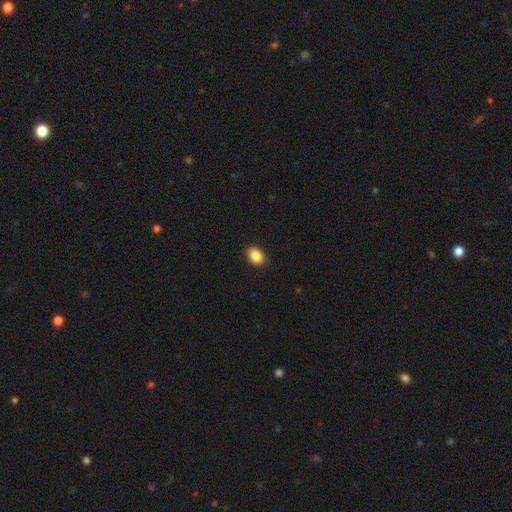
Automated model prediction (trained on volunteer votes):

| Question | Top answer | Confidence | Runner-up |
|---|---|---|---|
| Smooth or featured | smooth | 88% | star or artifact (8%) |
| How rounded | in between | 75% | round (24%) |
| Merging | none | 89% | minor disturbance (8%) |